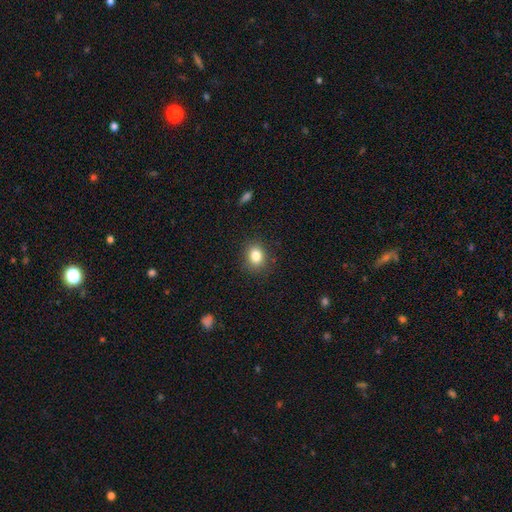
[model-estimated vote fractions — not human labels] The model was most divided on "how rounded": in between: 50%, round: 49%, cigar-shaped: 1%. More confident: merging — none (87%); smooth or featured — smooth (84%).